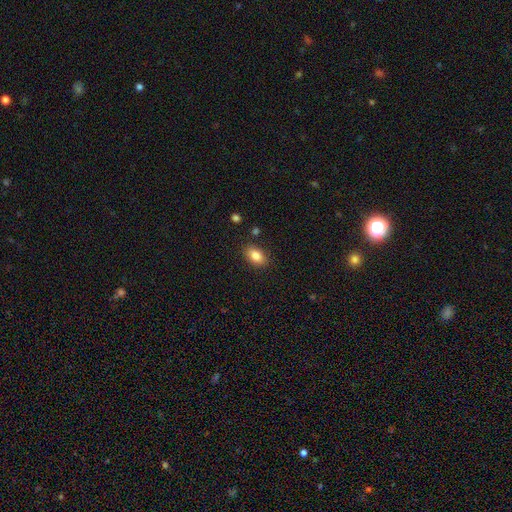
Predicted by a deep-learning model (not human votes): This appears to be a smooth galaxy with no disk features (85%) that is in between round and cigar-shaped (87%). Merging: none (85%).